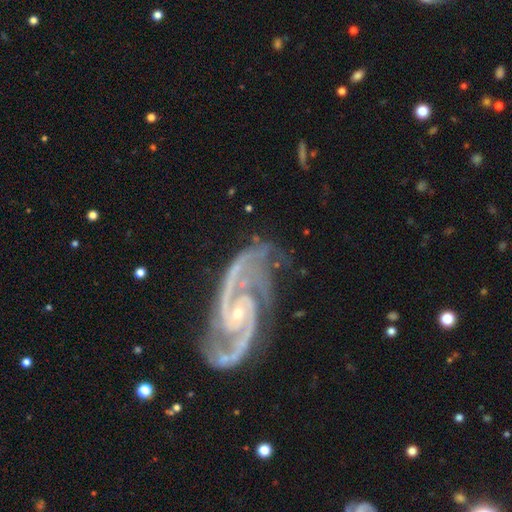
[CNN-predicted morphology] Smooth or featured? featured or disk (94%)
Edge-on disk? no (98%)
Bar? no (54%)
Spiral arms? yes (99%)
Spiral winding? medium (60%)
Spiral arm count? 2 (87%)
Bulge size? small (78%)
Merging? none (63%)